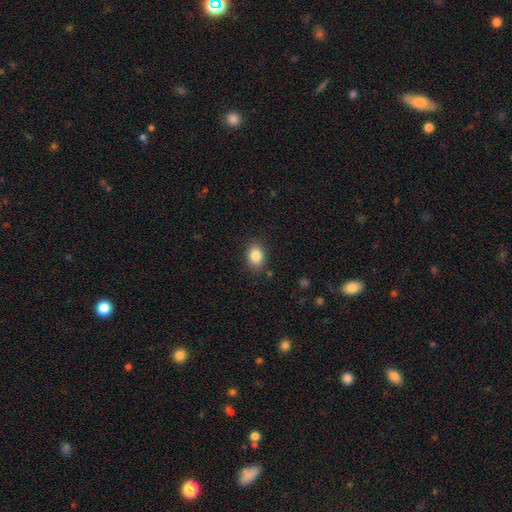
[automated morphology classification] This is clearly a smooth galaxy (85%). How rounded: likely in between (68%). Merging: clearly none (86%).